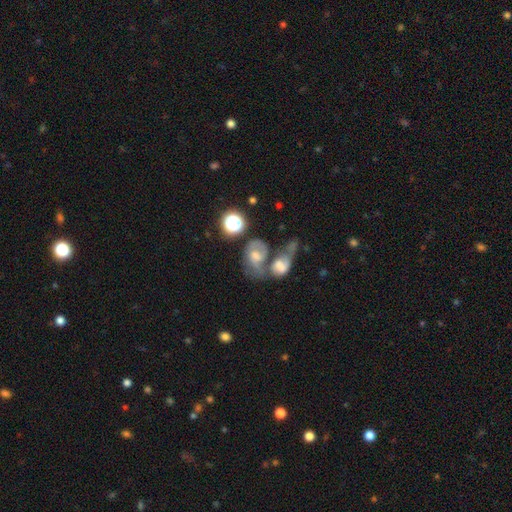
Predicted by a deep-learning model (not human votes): Q: Smooth or featured?
A: featured or disk (52%); runner-up: smooth (35%)
Q: Edge-on disk?
A: no (96%); runner-up: yes (4%)
Q: Merging?
A: merger (56%); runner-up: none (17%)